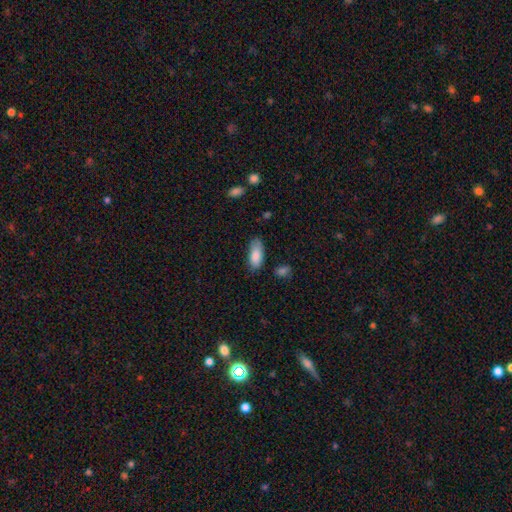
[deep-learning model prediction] This appears to be a smooth galaxy with no disk features (86%) that is in between round and cigar-shaped (87%). Merging: none (66%).